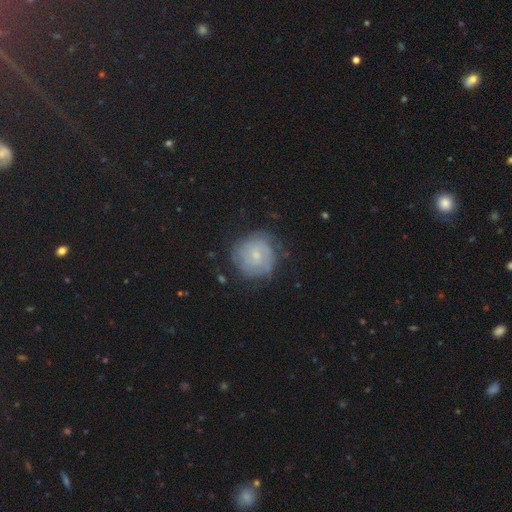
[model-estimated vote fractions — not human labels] featured or disk 63%, smooth 30%, star or artifact 7%. Down the decision tree: edge-on disk — no (98%); bar — no (73%); spiral arms — yes (84%); spiral arm count — can't tell (49%); spiral winding — tight (72%); bulge size — small (69%); merging — none (74%).